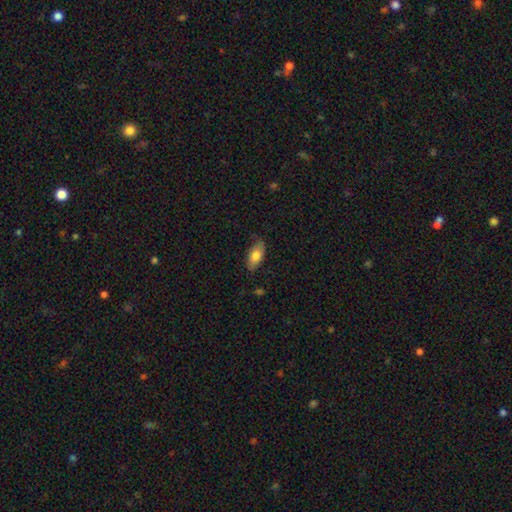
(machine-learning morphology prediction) smooth 74%, featured or disk 19%, star or artifact 6%. Down the decision tree: how rounded — in between (88%); merging — none (73%).